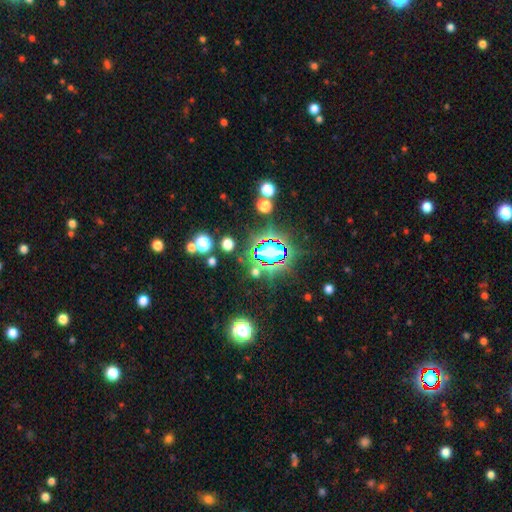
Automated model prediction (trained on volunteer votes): Smooth or featured: star or artifact — 80% (smooth — 11%)